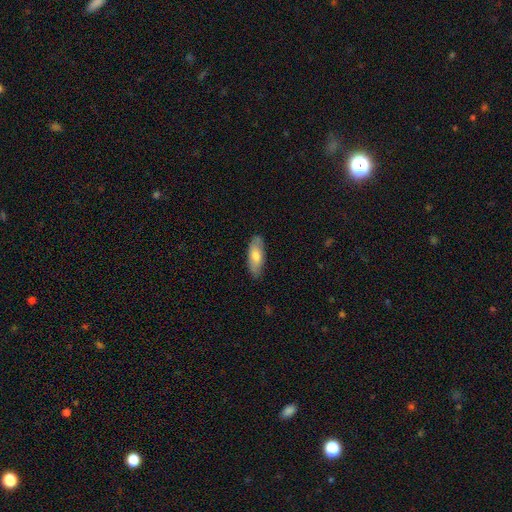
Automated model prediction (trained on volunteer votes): A smooth galaxy with no disk features (71%) that is in between round and cigar-shaped (74%).

Vote fractions:
- Smooth or featured? smooth: 71% / featured or disk: 23% / star or artifact: 6%
- How rounded? in between: 74% / cigar-shaped: 24% / round: 2%
- Merging? none: 82% / minor disturbance: 14% / major disturbance: 3% / merger: 1%